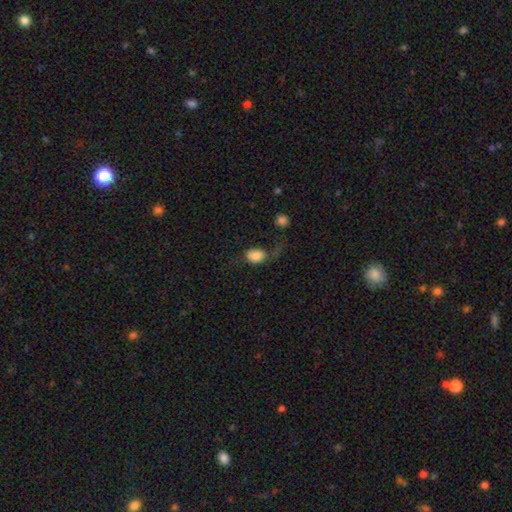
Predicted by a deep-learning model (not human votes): Smooth or featured? smooth (78%)
How rounded? in between (66%)
Merging? major disturbance (37%)